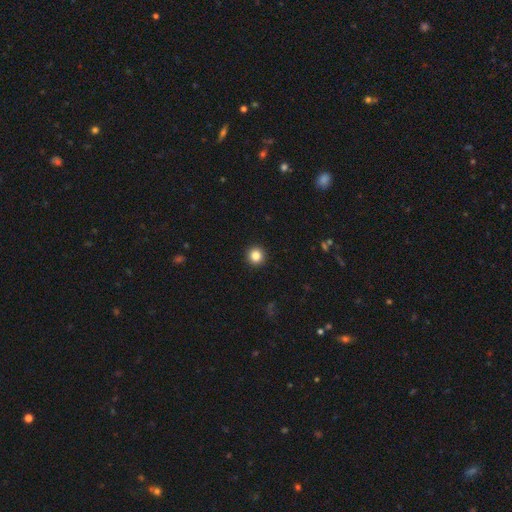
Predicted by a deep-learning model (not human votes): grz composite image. It shows a smooth galaxy with no disk features (85%) that is round (95%). Merging: none (93%).